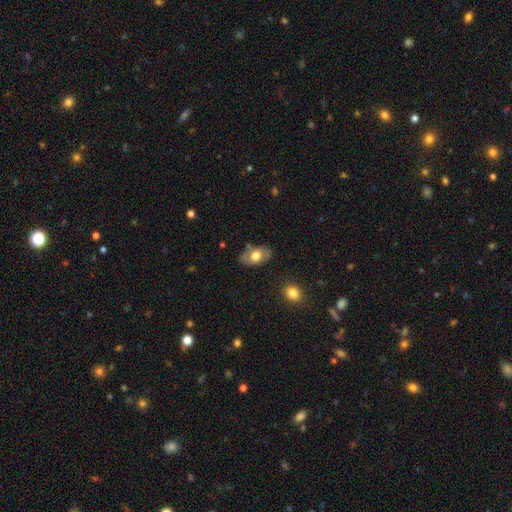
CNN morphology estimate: Q: Smooth or featured?
A: smooth (64%); runner-up: featured or disk (29%)
Q: How rounded?
A: in between (91%); runner-up: round (8%)
Q: Merging?
A: none (77%); runner-up: minor disturbance (17%)